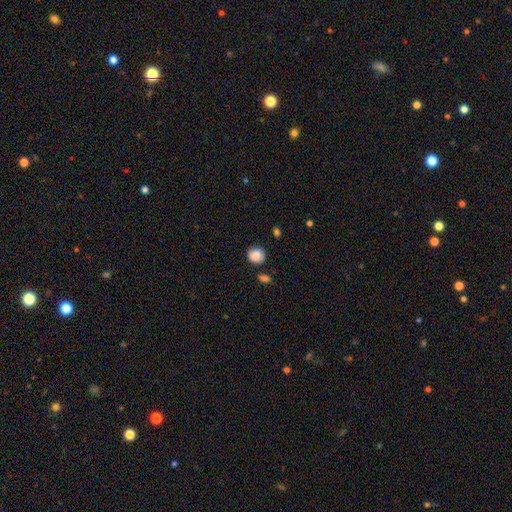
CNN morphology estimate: Q: Smooth or featured?
A: smooth (85%); runner-up: star or artifact (8%)
Q: How rounded?
A: round (84%); runner-up: in between (15%)
Q: Merging?
A: none (80%); runner-up: minor disturbance (13%)